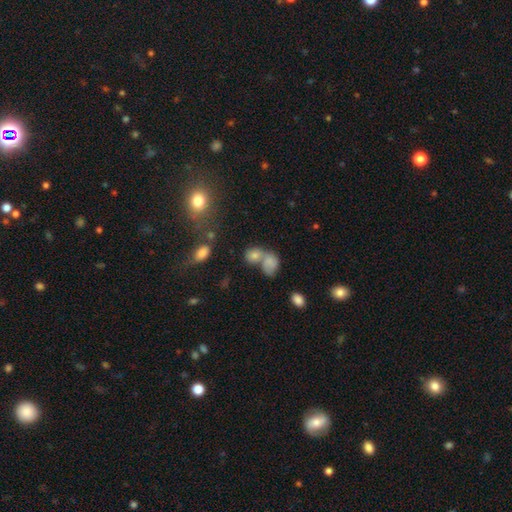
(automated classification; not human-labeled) smooth-or-featured: smooth: 59% | star or artifact: 21% | featured or disk: 20%
  how-rounded: in between: 56% | round: 42% | cigar-shaped: 3%
  merging: merger: 47% | none: 32% | minor disturbance: 12% | major disturbance: 9%